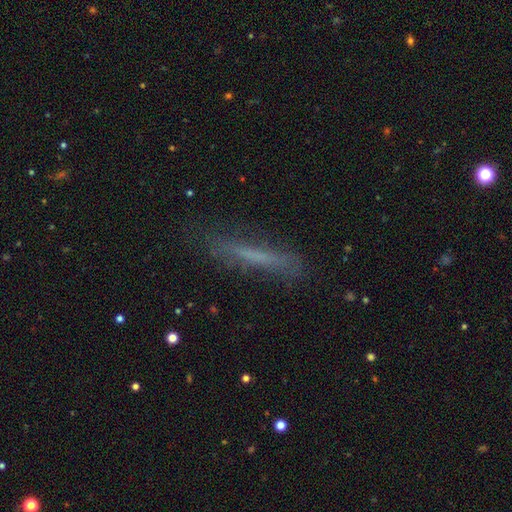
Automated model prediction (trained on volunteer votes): Smooth or featured?
  - smooth: 51% *
  - featured or disk: 38%
  - star or artifact: 10%
How rounded?
  - cigar-shaped: 92% *
  - in between: 6%
  - round: 1%
Merging?
  - none: 77% *
  - minor disturbance: 16%
  - major disturbance: 5%
  - merger: 2%